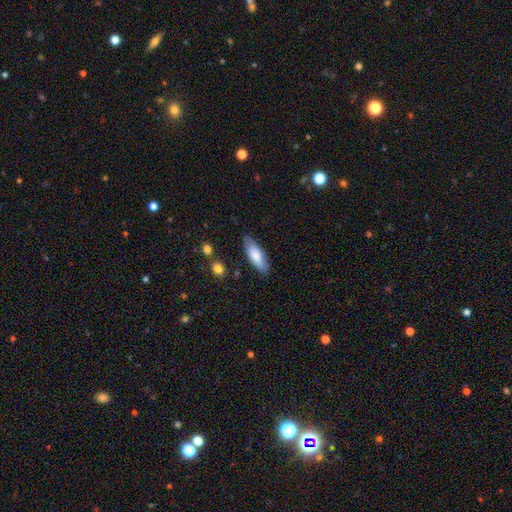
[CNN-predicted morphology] type=smooth (78%); roundness=in between (61%); merging=none (82%).